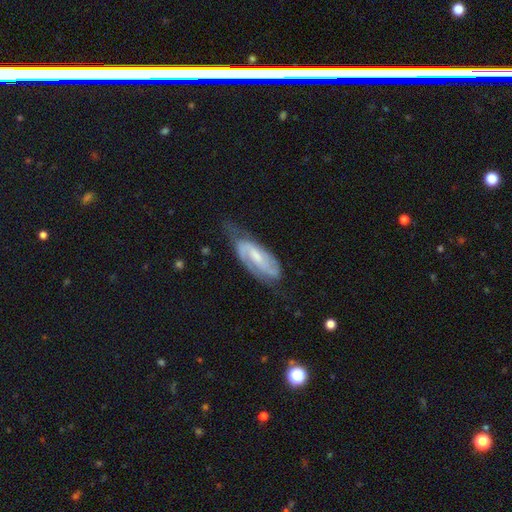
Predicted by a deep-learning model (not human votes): Q: Smooth or featured?
A: featured or disk (79%); runner-up: smooth (15%)
Q: Edge-on disk?
A: no (92%); runner-up: yes (8%)
Q: Bar?
A: weak (44%); runner-up: no (34%)
Q: Spiral arms?
A: yes (95%); runner-up: no (5%)
Q: Spiral winding?
A: medium (45%); runner-up: tight (38%)
Q: Spiral arm count?
A: 2 (78%); runner-up: can't tell (10%)
Q: Bulge size?
A: small (49%); runner-up: moderate (34%)
Q: Merging?
A: none (59%); runner-up: minor disturbance (28%)